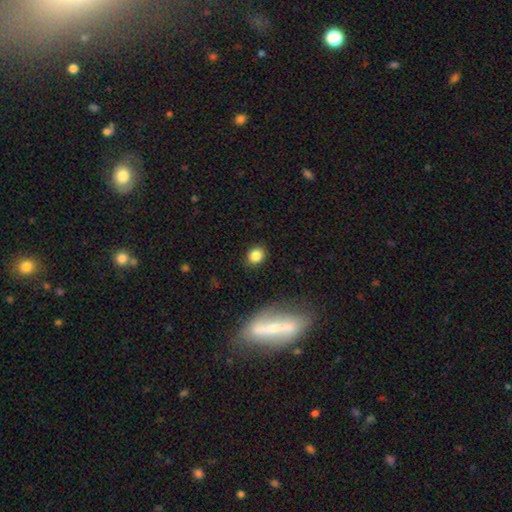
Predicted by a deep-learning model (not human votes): A smooth galaxy with no disk features (84%) that is round (53%).

Vote fractions:
- Smooth or featured? smooth: 84% / star or artifact: 10% / featured or disk: 6%
- How rounded? round: 53% / in between: 46% / cigar-shaped: 1%
- Merging? none: 86% / minor disturbance: 10% / major disturbance: 2% / merger: 2%